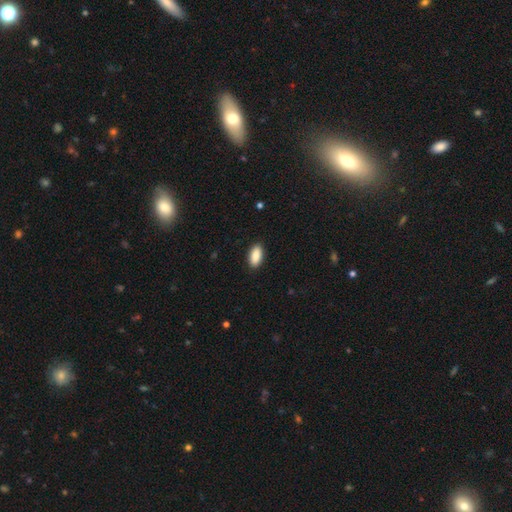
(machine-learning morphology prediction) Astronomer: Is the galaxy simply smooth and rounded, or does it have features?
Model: smooth — 90%.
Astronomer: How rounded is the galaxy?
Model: in between — 92%.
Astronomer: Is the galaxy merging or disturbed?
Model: none — 90%.